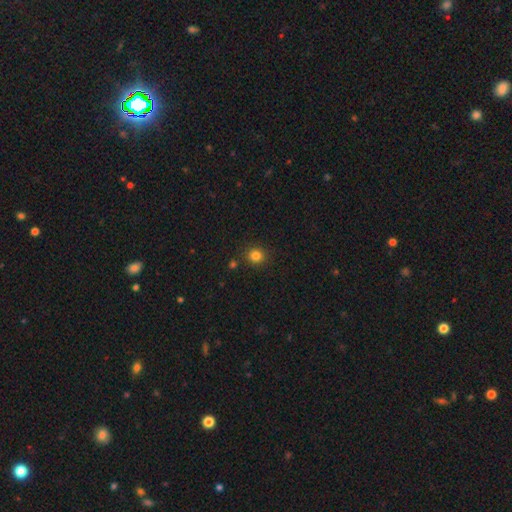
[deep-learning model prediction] Smooth or featured? smooth (82%)
How rounded? round (86%)
Merging? none (87%)